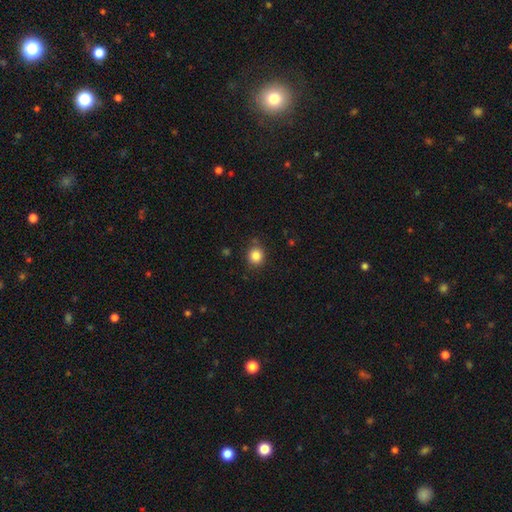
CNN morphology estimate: Smooth or featured: smooth — 85% (star or artifact — 11%)
How rounded: round — 83% (in between — 16%)
Merging: none — 82% (minor disturbance — 12%)